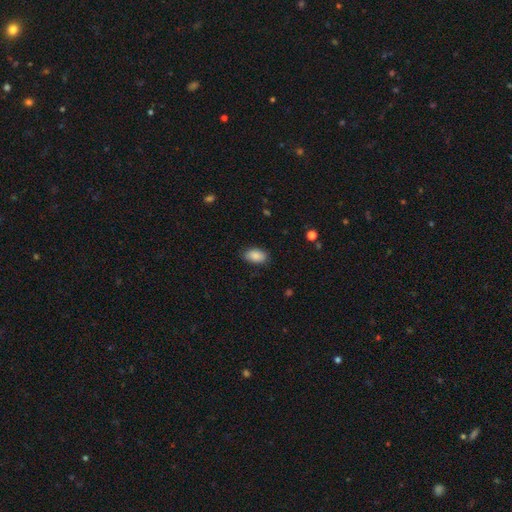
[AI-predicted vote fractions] Q: Smooth or featured?
A: smooth (88%); runner-up: star or artifact (7%)
Q: How rounded?
A: in between (93%); runner-up: round (5%)
Q: Merging?
A: none (85%); runner-up: minor disturbance (11%)